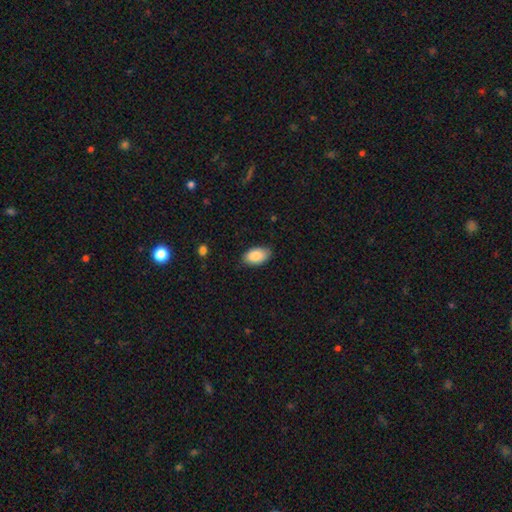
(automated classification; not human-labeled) A smooth galaxy with no disk features (88%) that is in between round and cigar-shaped (94%).

Vote fractions:
- Smooth or featured? smooth: 88% / star or artifact: 6% / featured or disk: 6%
- How rounded? in between: 94% / round: 5% / cigar-shaped: 1%
- Merging? none: 80% / minor disturbance: 16% / major disturbance: 3% / merger: 1%